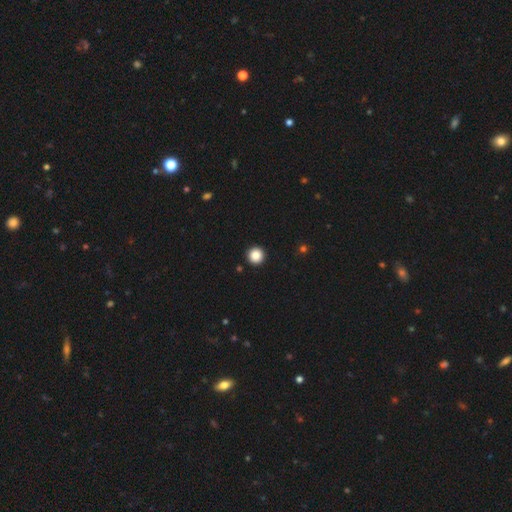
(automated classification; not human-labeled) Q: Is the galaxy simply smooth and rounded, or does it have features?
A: smooth — 87%.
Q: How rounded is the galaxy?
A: round — 96%.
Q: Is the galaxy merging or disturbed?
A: none — 94%.